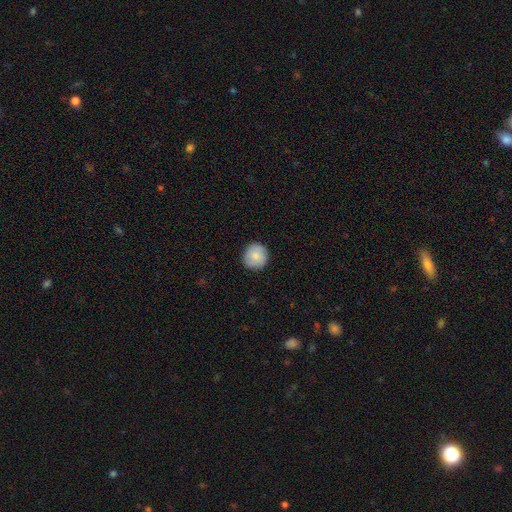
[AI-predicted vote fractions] smooth-or-featured: smooth: 85% | featured or disk: 9% | star or artifact: 7%
  how-rounded: round: 94% | in between: 5% | cigar-shaped: 1%
  merging: none: 90% | minor disturbance: 8% | major disturbance: 2% | merger: 1%